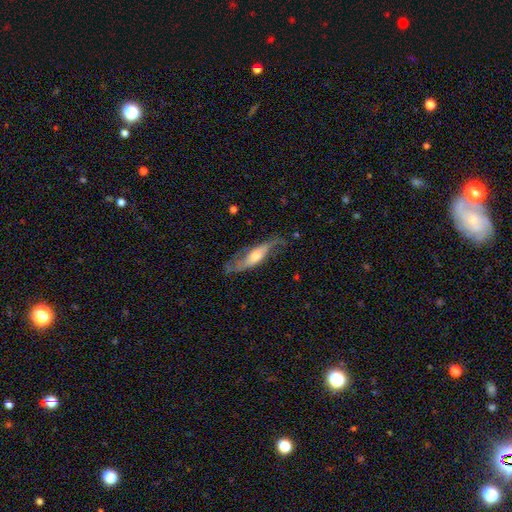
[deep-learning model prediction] smooth_or_featured: featured or disk (p=0.69) [alt: smooth p=0.25]
disk_edge_on: no (p=0.68) [alt: yes p=0.32]
merging: none (p=0.64) [alt: minor disturbance p=0.22]